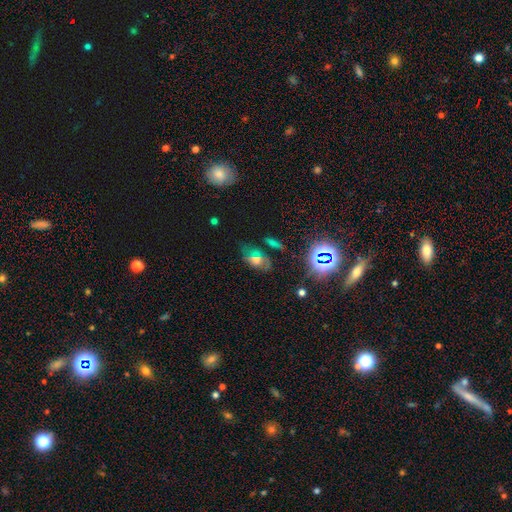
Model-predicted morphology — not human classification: This is marginally a smooth galaxy (37%). Merging: possibly none (57%).